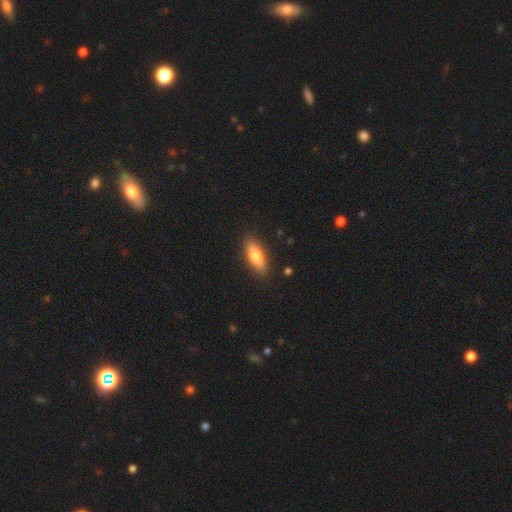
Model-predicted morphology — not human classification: Smooth or featured? smooth (74%)
How rounded? in between (64%)
Merging? none (86%)